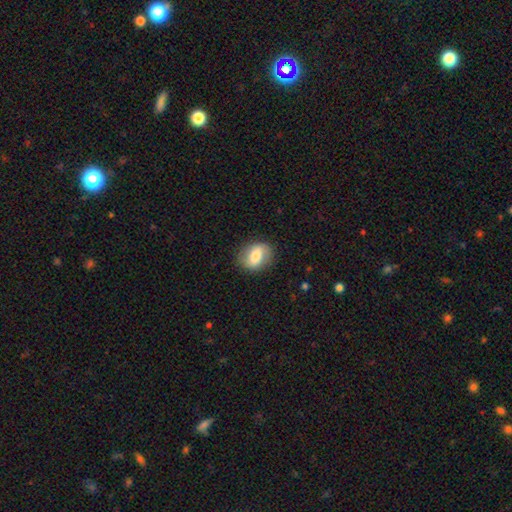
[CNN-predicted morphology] Smooth or featured: smooth — 63% (featured or disk — 29%)
How rounded: in between — 59% (round — 39%)
Merging: none — 83% (minor disturbance — 12%)